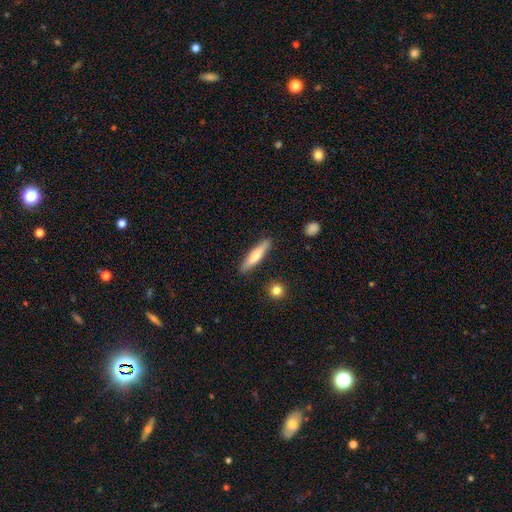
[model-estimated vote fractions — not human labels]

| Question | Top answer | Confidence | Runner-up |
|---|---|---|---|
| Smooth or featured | smooth | 66% | featured or disk (28%) |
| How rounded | cigar-shaped | 84% | in between (14%) |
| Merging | none | 87% | minor disturbance (9%) |